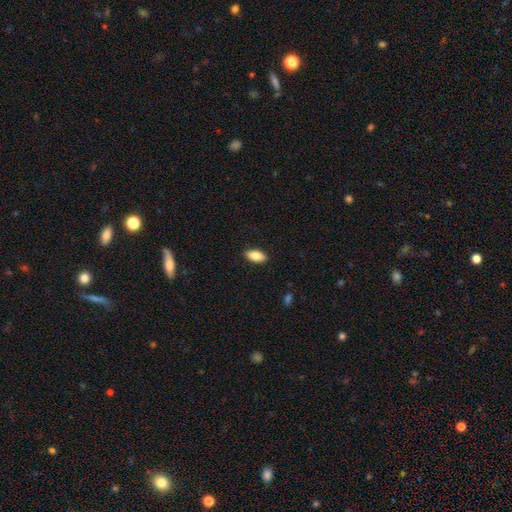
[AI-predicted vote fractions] Smooth or featured?
  - smooth: 85% *
  - featured or disk: 9%
  - star or artifact: 6%
How rounded?
  - in between: 89% *
  - cigar-shaped: 8%
  - round: 3%
Merging?
  - none: 89% *
  - minor disturbance: 8%
  - major disturbance: 2%
  - merger: 1%